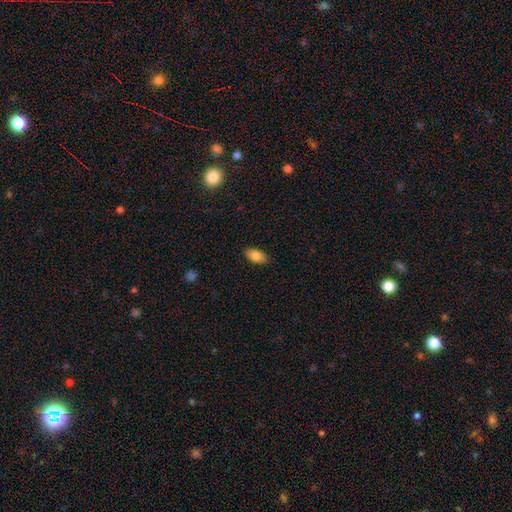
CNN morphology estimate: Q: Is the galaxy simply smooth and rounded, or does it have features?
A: smooth — 82%.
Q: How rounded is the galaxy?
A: in between — 91%.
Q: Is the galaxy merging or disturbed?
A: none — 87%.